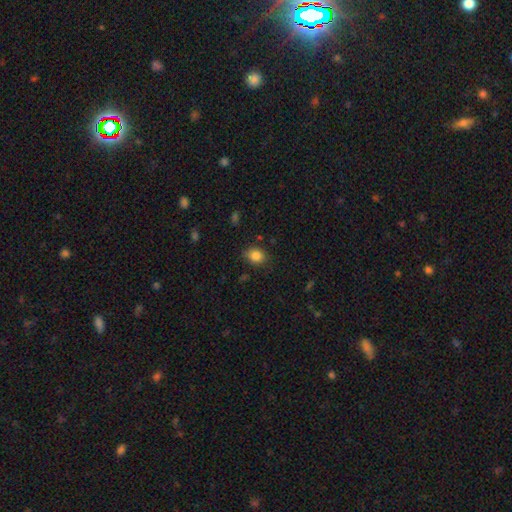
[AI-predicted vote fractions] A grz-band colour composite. It shows a smooth galaxy with no disk features (84%) that is round (54%). Merging: none (79%).